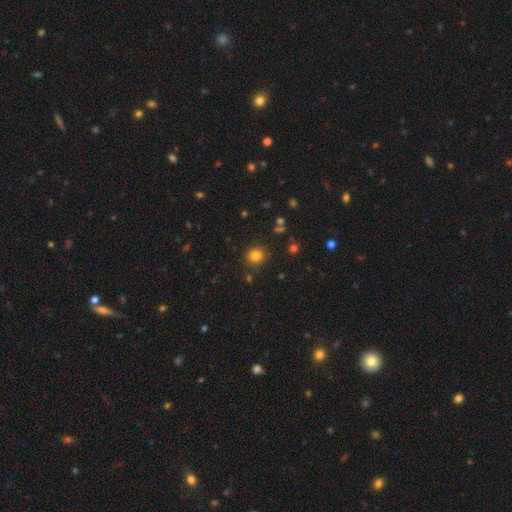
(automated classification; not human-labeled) Smooth or featured? smooth (80%)
How rounded? round (92%)
Merging? none (88%)